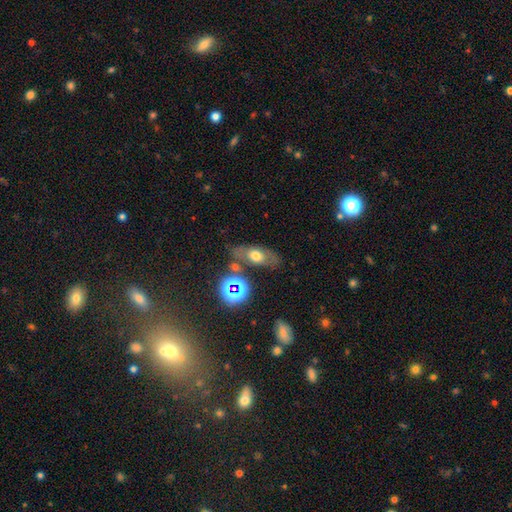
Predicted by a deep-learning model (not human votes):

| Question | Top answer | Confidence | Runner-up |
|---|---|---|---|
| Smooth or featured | smooth | 50% | featured or disk (31%) |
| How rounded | in between | 72% | round (18%) |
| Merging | none | 67% | minor disturbance (16%) |